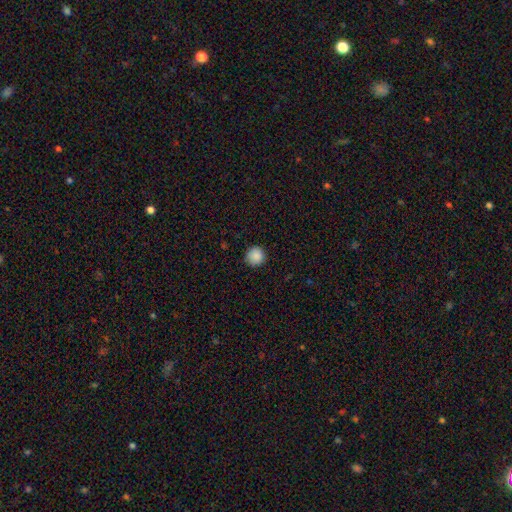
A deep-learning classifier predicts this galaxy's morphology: smooth 88%, star or artifact 9%, featured or disk 3%. Down the decision tree: how rounded — round (95%); merging — none (89%).